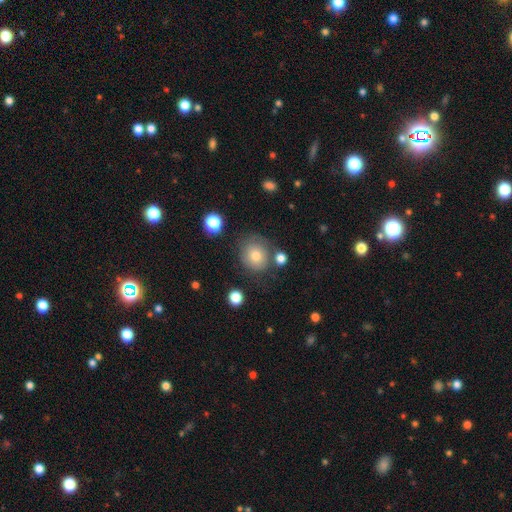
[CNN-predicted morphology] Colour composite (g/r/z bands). It shows a smooth galaxy with no disk features (72%) that is round (79%). Merging: none (68%).